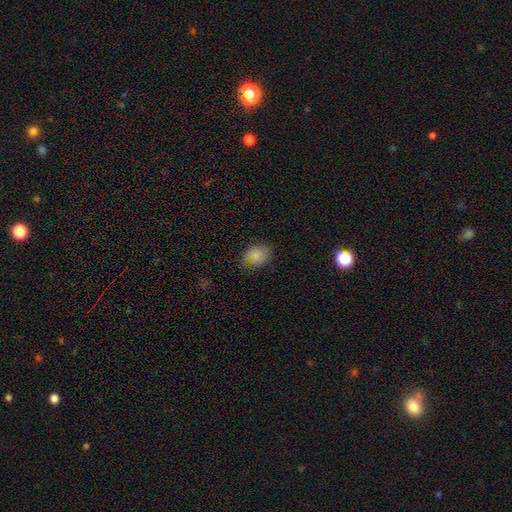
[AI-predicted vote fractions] Overall: smooth (65%). How rounded: in between (74%). Merging: none (63%; minor disturbance 25%).